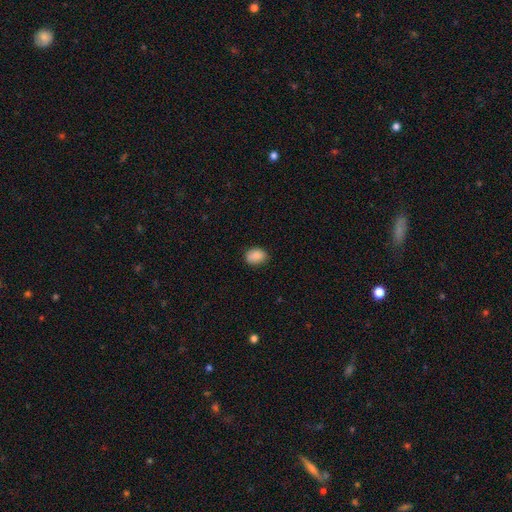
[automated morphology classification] A smooth galaxy with no disk features (88%) that is in between round and cigar-shaped (68%). Merging: none (85%).